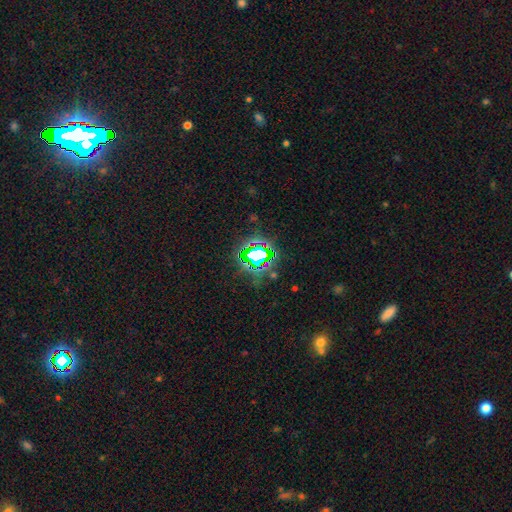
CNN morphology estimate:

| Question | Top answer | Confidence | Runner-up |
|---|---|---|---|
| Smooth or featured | star or artifact | 71% | smooth (16%) |